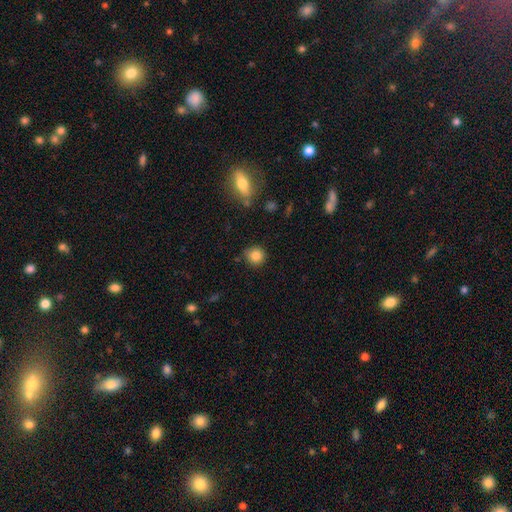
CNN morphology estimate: Smooth or featured: smooth — 84% (star or artifact — 10%)
How rounded: round — 90% (in between — 9%)
Merging: none — 84% (minor disturbance — 11%)